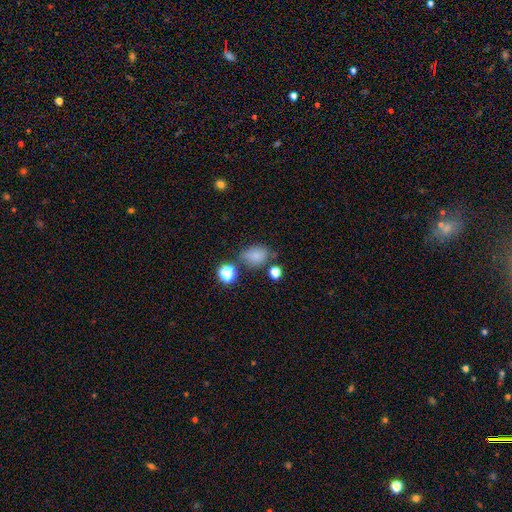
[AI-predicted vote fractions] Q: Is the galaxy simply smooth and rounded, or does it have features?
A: smooth — 77%.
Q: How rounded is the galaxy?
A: in between — 62%.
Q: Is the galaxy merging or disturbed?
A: none — 62%.